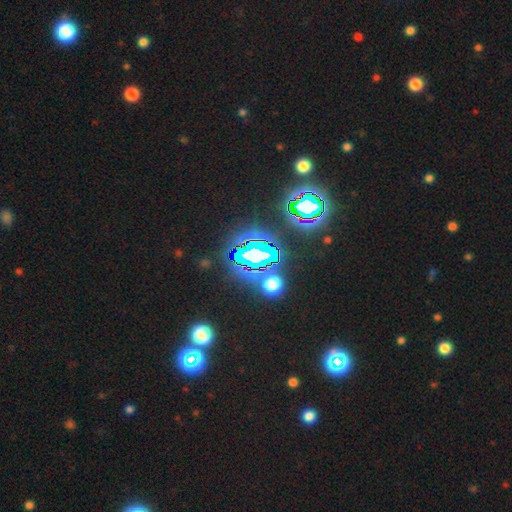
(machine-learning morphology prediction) Smooth or featured: star or artifact — 73% (smooth — 17%)